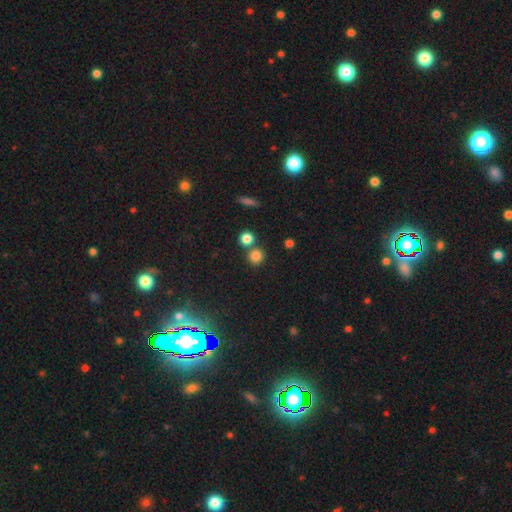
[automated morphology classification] smooth 81%, star or artifact 13%, featured or disk 6%. Down the decision tree: how rounded — round (89%); merging — none (68%).